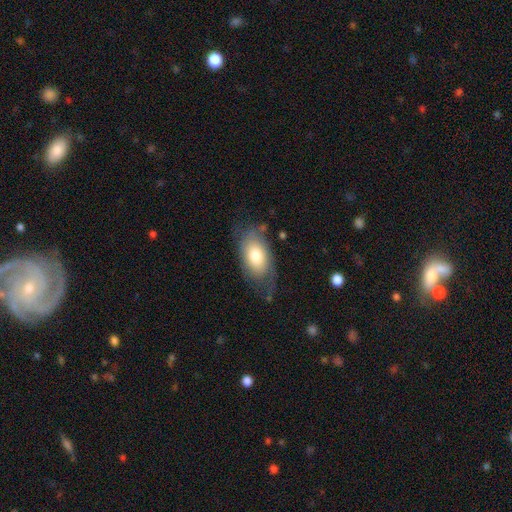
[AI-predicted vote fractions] This appears to be a smooth galaxy with no disk features (66%) that is in between round and cigar-shaped (92%). Merging: none (58%).